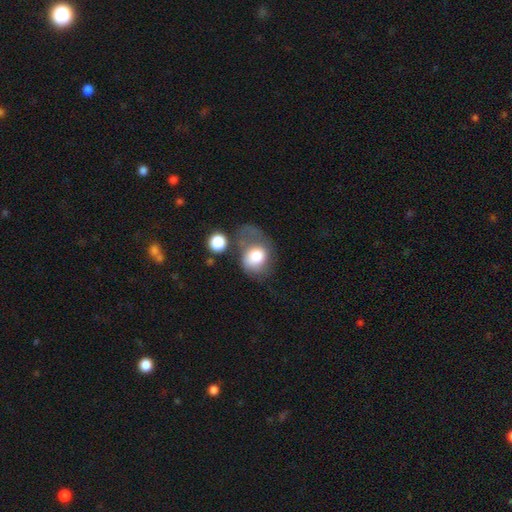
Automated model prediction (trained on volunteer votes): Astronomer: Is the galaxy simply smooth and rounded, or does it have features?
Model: smooth — 70%.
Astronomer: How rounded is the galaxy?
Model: round — 50% (runner-up: in between, 49%).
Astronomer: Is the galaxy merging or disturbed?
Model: major disturbance — 43% (runner-up: minor disturbance, 23%).